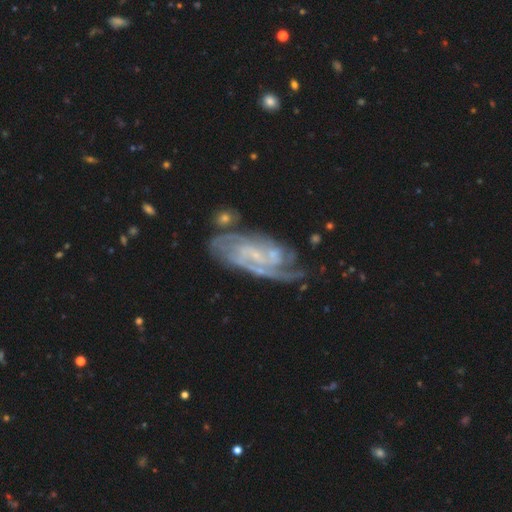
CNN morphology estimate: A featured or disk galaxy (85%) with no bar (42%, tied with weak), 2 (35%) tight (55%) spiral arms (94%) and a small central bulge (60%). Merging: none (54%).